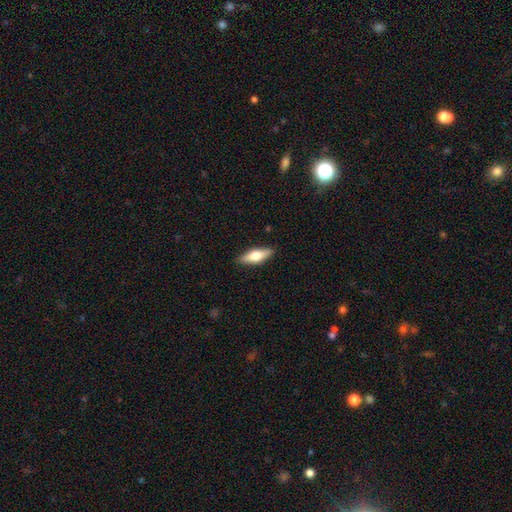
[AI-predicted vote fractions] Smooth or featured: smooth — 55% (featured or disk — 39%)
How rounded: in between — 55% (cigar-shaped — 42%)
Merging: none — 88% (minor disturbance — 9%)